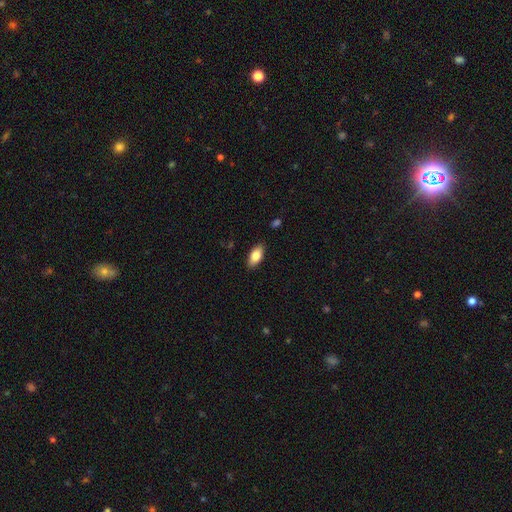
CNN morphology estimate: This appears to be a smooth galaxy with no disk features (82%) that is in between round and cigar-shaped (89%). Merging: none (87%).